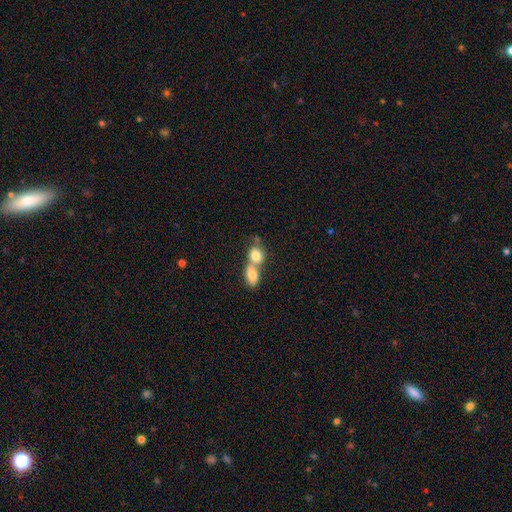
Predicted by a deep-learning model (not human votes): A smooth galaxy with no disk features (78%) that is round (53%). Merging: merger (71%).